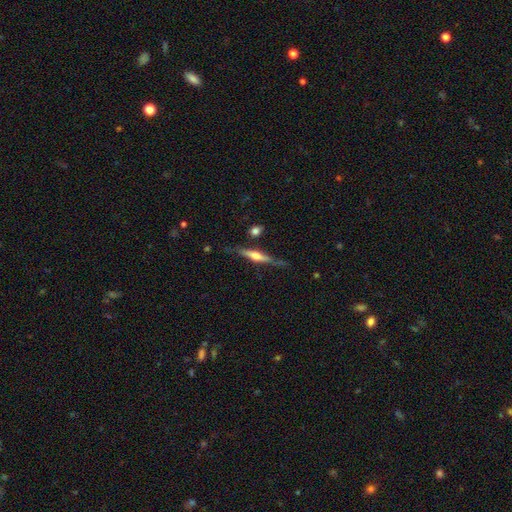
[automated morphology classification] Smooth or featured: featured or disk — 71% (smooth — 23%)
Edge-on disk: yes — 96% (no — 4%)
Edge-on bulge: rounded — 87% (boxy — 9%)
Merging: none — 74% (minor disturbance — 17%)